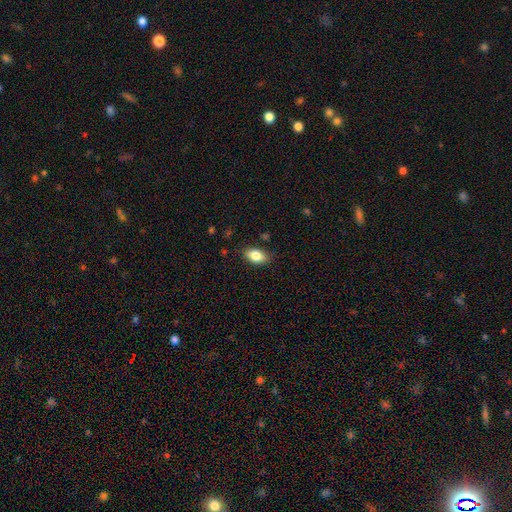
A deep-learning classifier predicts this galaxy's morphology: Smooth or featured: smooth — 80% (featured or disk — 12%)
How rounded: in between — 89% (round — 8%)
Merging: none — 84% (minor disturbance — 12%)